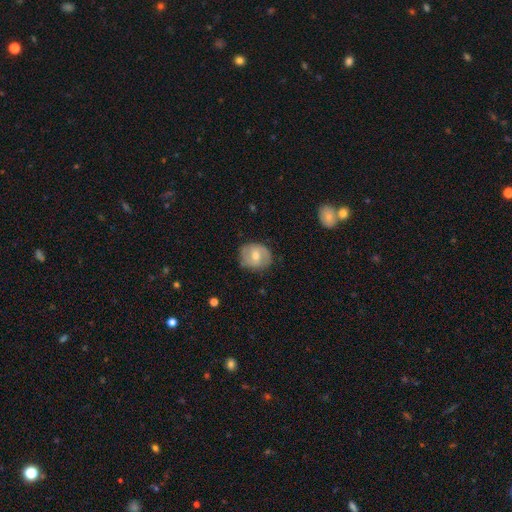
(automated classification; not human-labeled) A smooth galaxy with no disk features (51%) that is round (73%). Merging: none (77%).